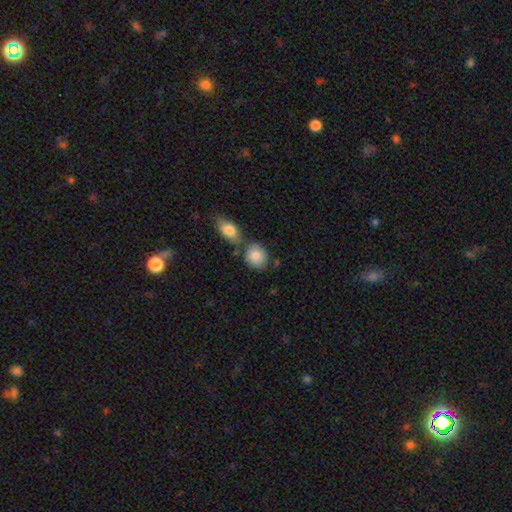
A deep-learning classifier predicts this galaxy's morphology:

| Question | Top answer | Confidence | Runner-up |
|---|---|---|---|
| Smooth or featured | smooth | 84% | featured or disk (9%) |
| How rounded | round | 63% | in between (35%) |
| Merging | none | 60% | merger (24%) |